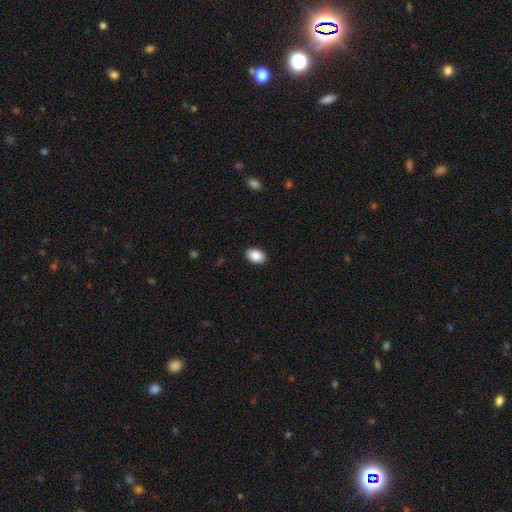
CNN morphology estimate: A smooth galaxy with no disk features (90%) that is in between round and cigar-shaped (88%). Merging: none (90%).